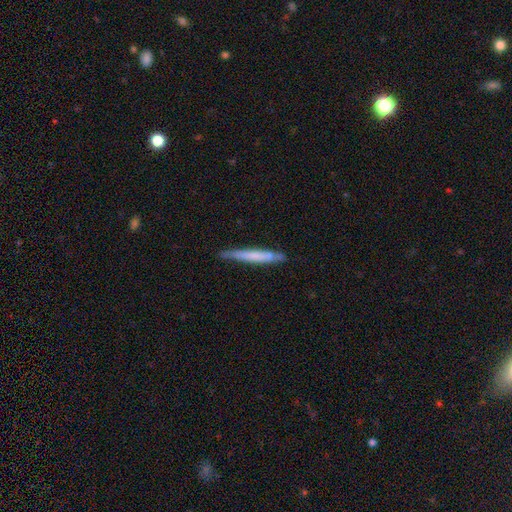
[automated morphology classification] Q: Smooth or featured?
A: smooth (57%); runner-up: featured or disk (38%)
Q: How rounded?
A: cigar-shaped (96%); runner-up: in between (3%)
Q: Merging?
A: none (76%); runner-up: minor disturbance (18%)